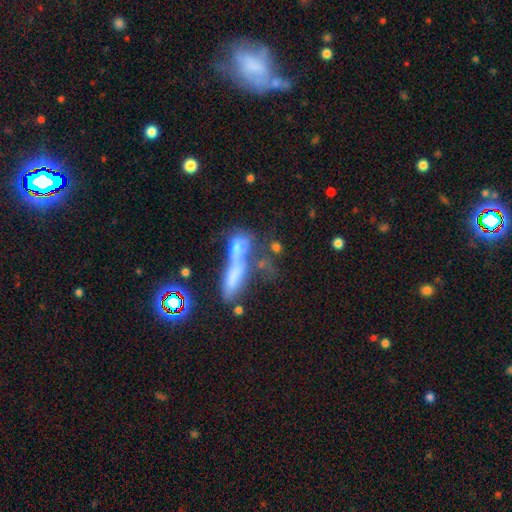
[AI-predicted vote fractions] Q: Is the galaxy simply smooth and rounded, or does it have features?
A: featured or disk — 42%.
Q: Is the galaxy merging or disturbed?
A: merger — 42%.